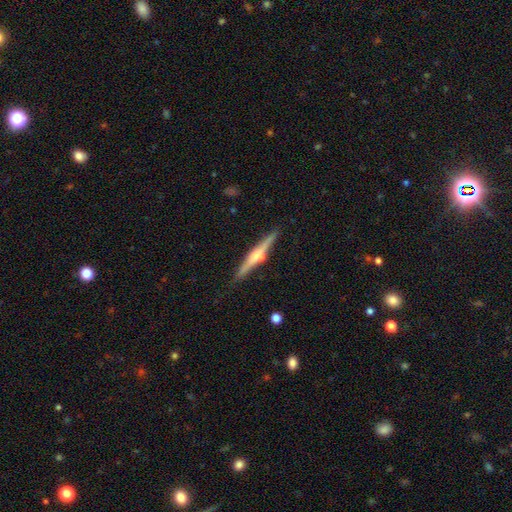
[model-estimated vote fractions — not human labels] Overall: featured or disk (80%). Edge-on disk: yes (98%). Edge-on bulge: rounded (86%). Merging: none (89%).